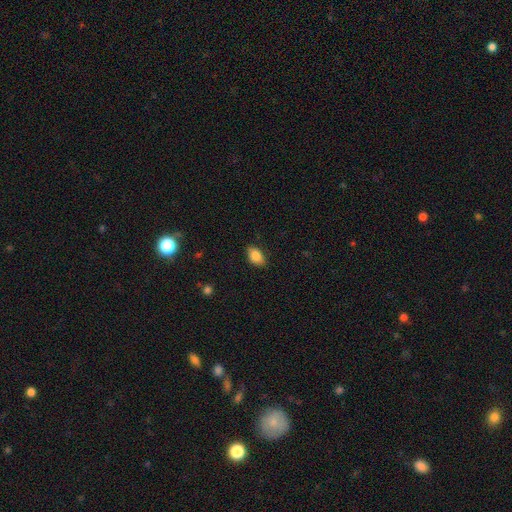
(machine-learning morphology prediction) smooth 85%, star or artifact 8%, featured or disk 7%. Down the decision tree: how rounded — in between (89%); merging — none (84%).